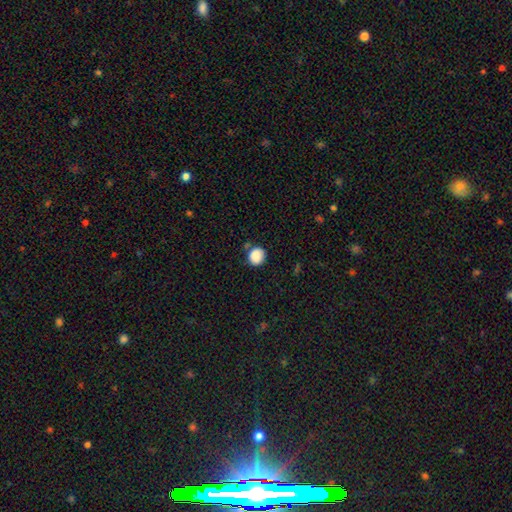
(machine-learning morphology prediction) Smooth or featured? Predicted: smooth (p=0.87). How rounded? Predicted: round (p=0.81). Merging? Predicted: none (p=0.72).